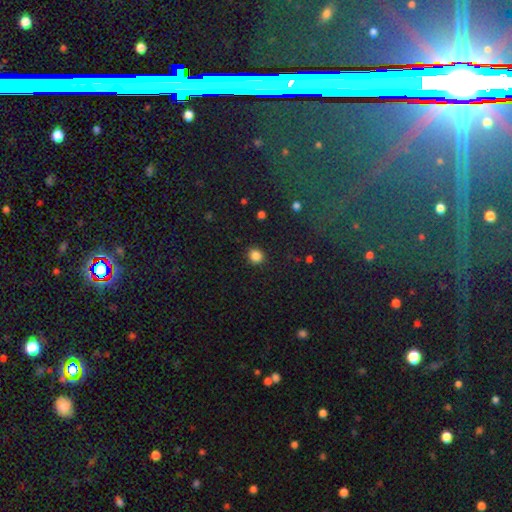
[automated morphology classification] smooth 85%, star or artifact 11%, featured or disk 3%. Down the decision tree: how rounded — round (86%); merging — none (91%).